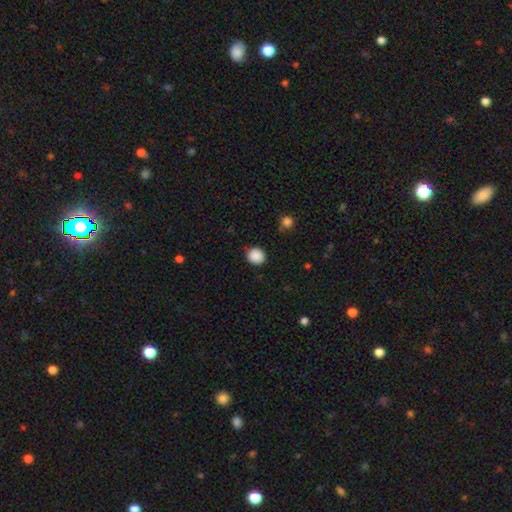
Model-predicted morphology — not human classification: Smooth or featured? smooth (88%)
How rounded? round (84%)
Merging? none (89%)